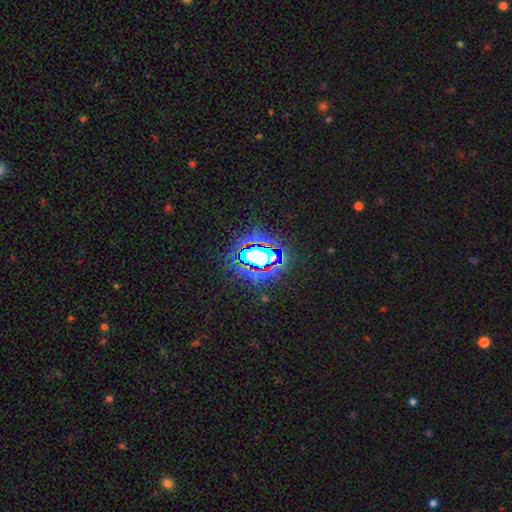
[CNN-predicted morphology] A star or artifact, not a galaxy (66%).